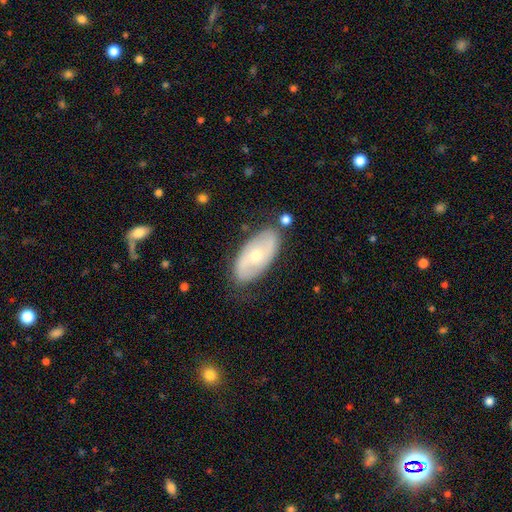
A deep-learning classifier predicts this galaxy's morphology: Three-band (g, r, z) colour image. It shows a featured or disk galaxy (56%). Merging: none (77%).